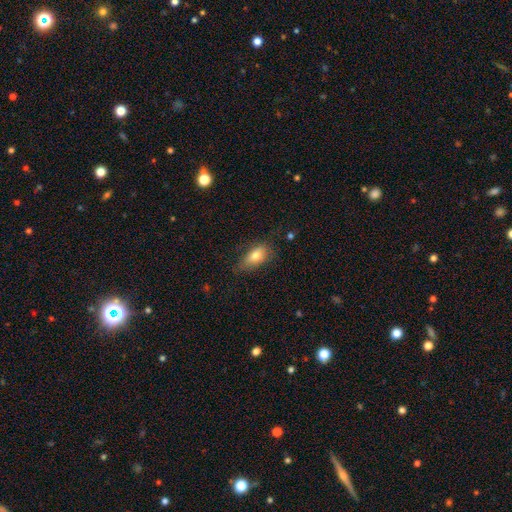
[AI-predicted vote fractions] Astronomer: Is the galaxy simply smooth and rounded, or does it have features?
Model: smooth — 76%.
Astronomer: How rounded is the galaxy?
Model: in between — 86%.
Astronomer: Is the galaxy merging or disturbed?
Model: none — 69%.